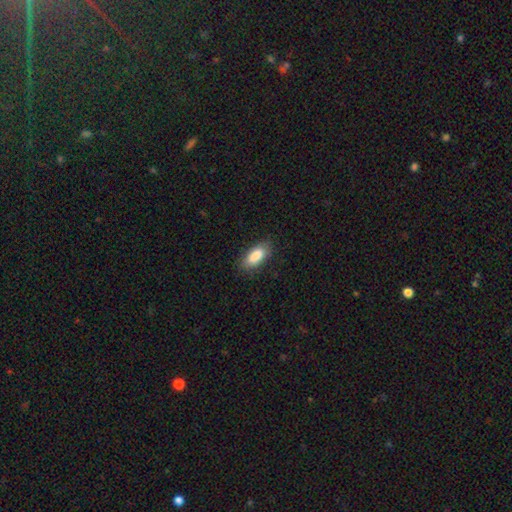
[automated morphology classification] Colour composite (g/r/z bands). It shows a smooth galaxy with no disk features (87%) that is in between round and cigar-shaped (85%). Merging: none (82%).